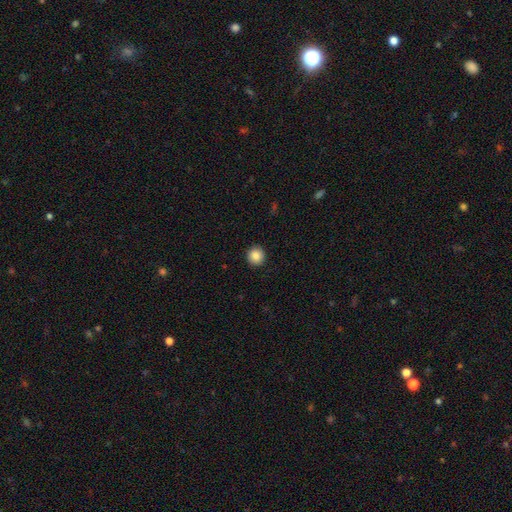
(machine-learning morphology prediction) Smooth or featured: smooth — 87% (star or artifact — 9%)
How rounded: round — 94% (in between — 5%)
Merging: none — 93% (minor disturbance — 5%)